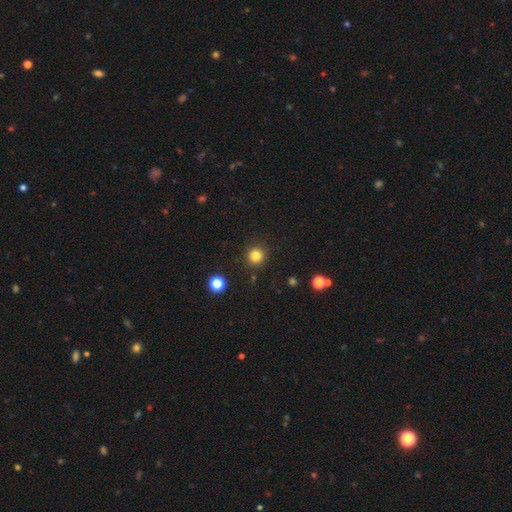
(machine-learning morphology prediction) This is clearly a smooth galaxy (83%). How rounded: clearly round (94%). Merging: clearly none (90%).